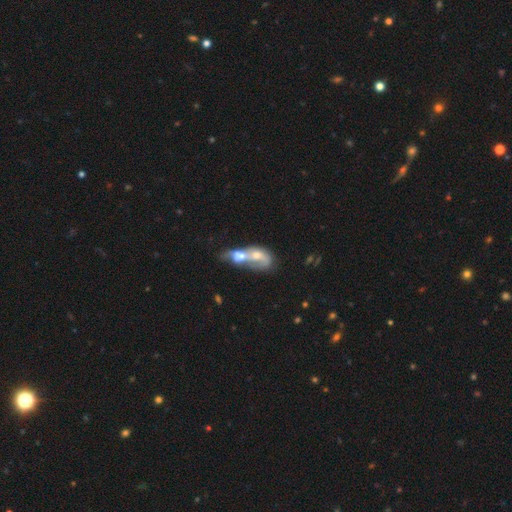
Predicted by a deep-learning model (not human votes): featured or disk 53%, smooth 38%, star or artifact 9%. Down the decision tree: edge-on disk — no (90%); merging — merger (82%).